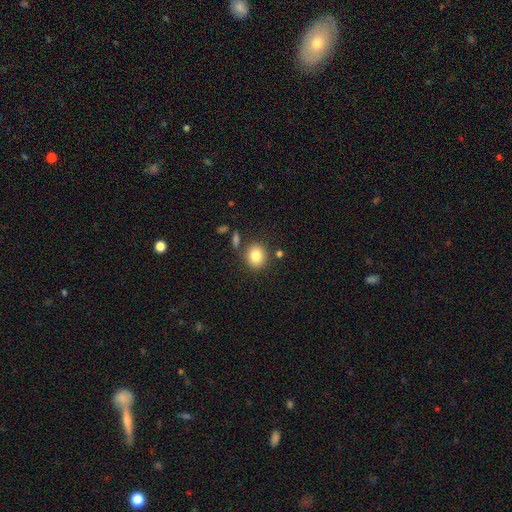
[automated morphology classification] smooth 82%, star or artifact 10%, featured or disk 8%. Down the decision tree: how rounded — round (76%); merging — none (80%).